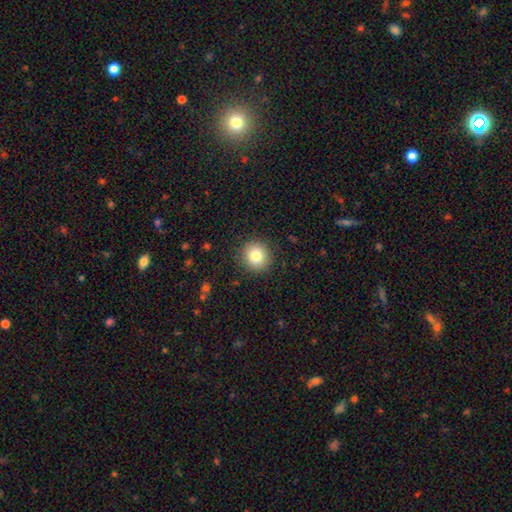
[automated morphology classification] Smooth or featured? Predicted: smooth (p=0.83). How rounded? Predicted: round (p=0.90). Merging? Predicted: none (p=0.90).